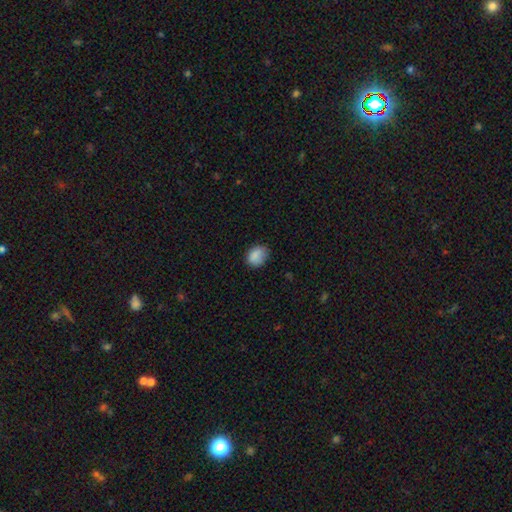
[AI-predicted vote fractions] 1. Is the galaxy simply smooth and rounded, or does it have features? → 86% smooth, 9% star or artifact, 5% featured or disk.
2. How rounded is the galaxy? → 60% in between, 39% round, 1% cigar-shaped.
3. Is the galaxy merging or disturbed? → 72% none, 22% minor disturbance, 5% major disturbance, 1% merger.